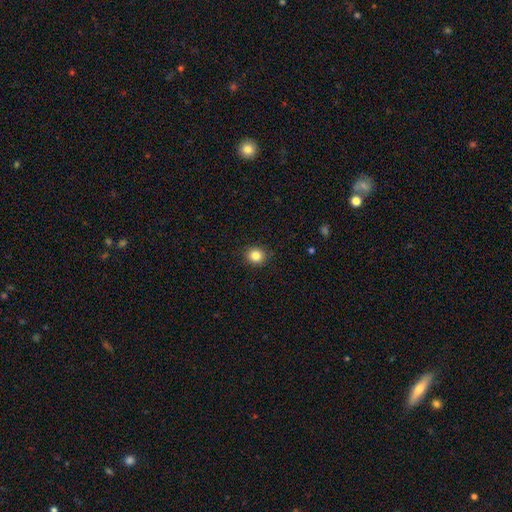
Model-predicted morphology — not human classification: Overall: smooth (84%). How rounded: round (85%). Merging: none (91%).